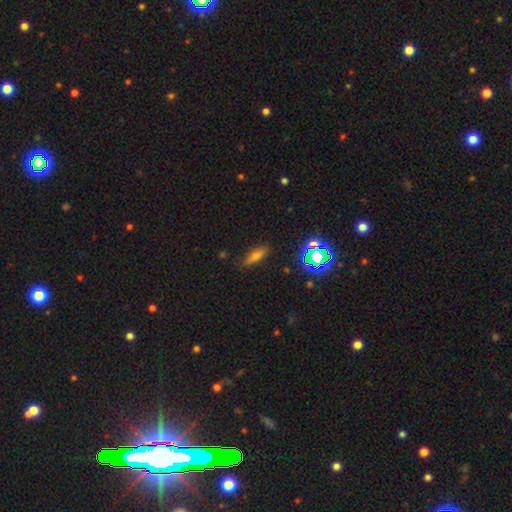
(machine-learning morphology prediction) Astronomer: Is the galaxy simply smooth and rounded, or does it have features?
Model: smooth — 62%.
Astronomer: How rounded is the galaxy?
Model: in between — 53% (runner-up: cigar-shaped, 41%).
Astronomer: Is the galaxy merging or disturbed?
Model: none — 82%.